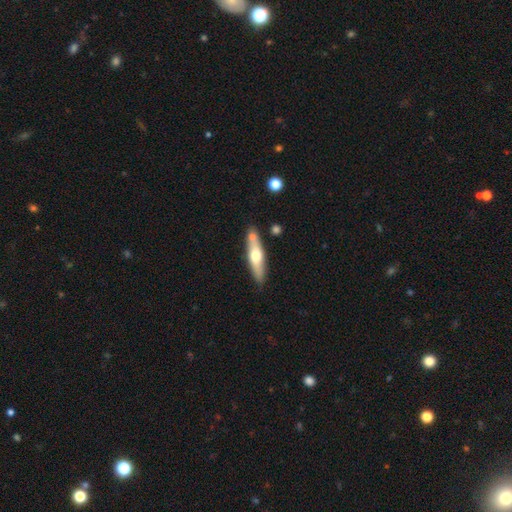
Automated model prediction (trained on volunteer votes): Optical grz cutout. It shows a smooth galaxy with no disk features (51%) that is cigar-shaped (74%). Merging: none (75%).